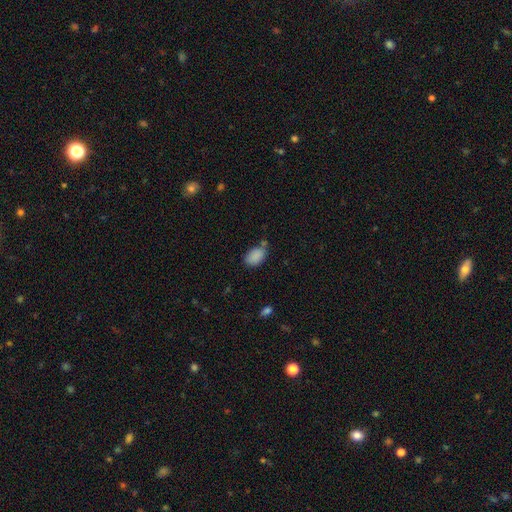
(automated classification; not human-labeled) This appears to be a smooth galaxy with no disk features (87%) that is in between round and cigar-shaped (87%). Merging: none (63%).